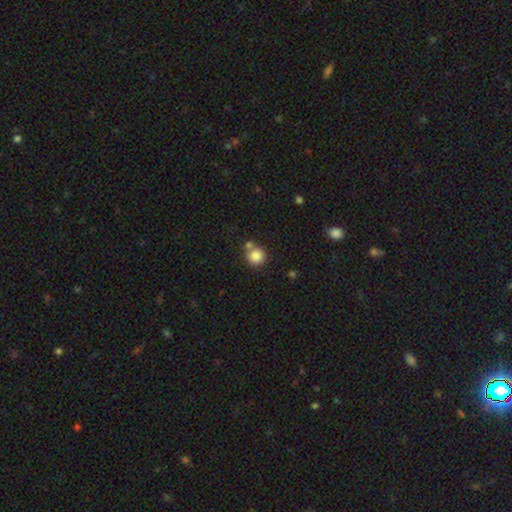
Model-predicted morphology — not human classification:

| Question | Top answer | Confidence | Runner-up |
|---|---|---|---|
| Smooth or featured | smooth | 84% | star or artifact (10%) |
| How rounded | round | 92% | in between (7%) |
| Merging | none | 63% | merger (25%) |